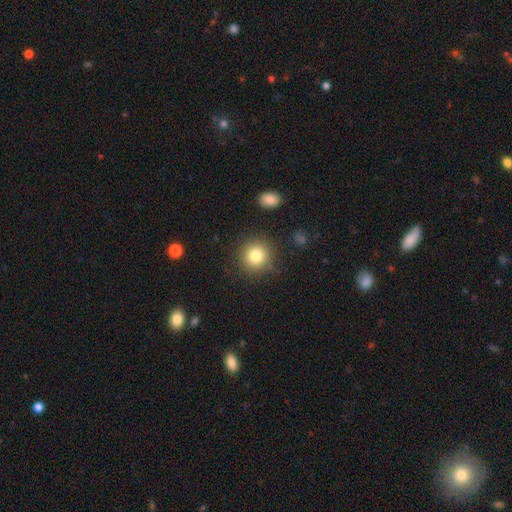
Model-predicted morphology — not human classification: smooth 81%, star or artifact 11%, featured or disk 8%. Down the decision tree: how rounded — round (91%); merging — none (86%).